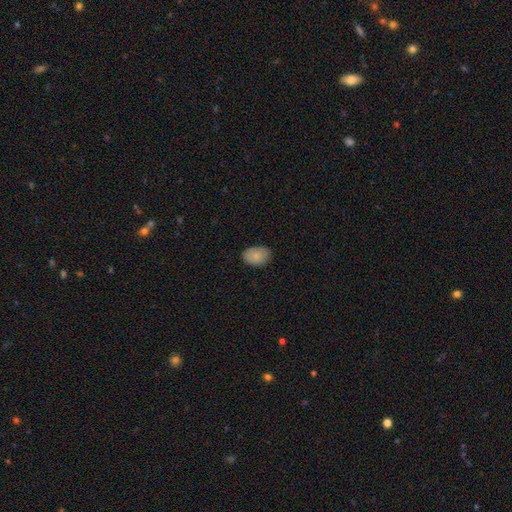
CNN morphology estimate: Q: Smooth or featured?
A: smooth (86%); runner-up: star or artifact (7%)
Q: How rounded?
A: in between (80%); runner-up: round (19%)
Q: Merging?
A: none (82%); runner-up: minor disturbance (15%)